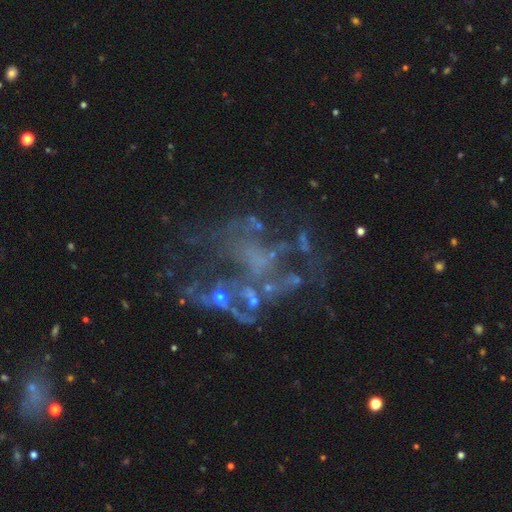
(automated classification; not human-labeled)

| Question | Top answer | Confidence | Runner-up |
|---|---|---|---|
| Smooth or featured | featured or disk | 64% | star or artifact (24%) |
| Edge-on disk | no | 97% | yes (3%) |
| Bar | no | 81% | weak (13%) |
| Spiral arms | no | 76% | yes (24%) |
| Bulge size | none | 69% | small (19%) |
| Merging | major disturbance | 37% | none (32%) |